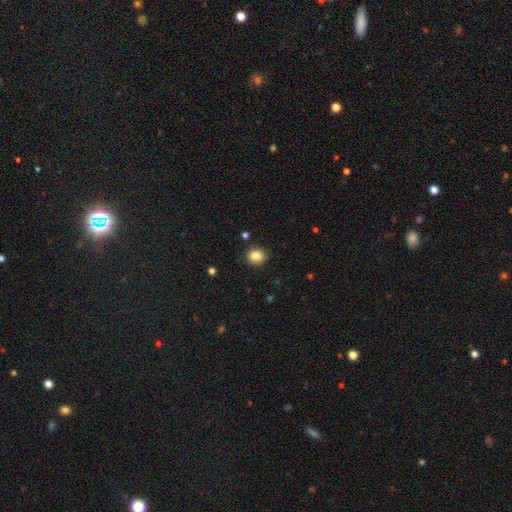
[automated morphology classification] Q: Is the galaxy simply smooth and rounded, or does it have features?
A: smooth — 85%.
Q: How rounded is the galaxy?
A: round — 72%.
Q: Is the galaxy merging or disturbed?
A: none — 88%.